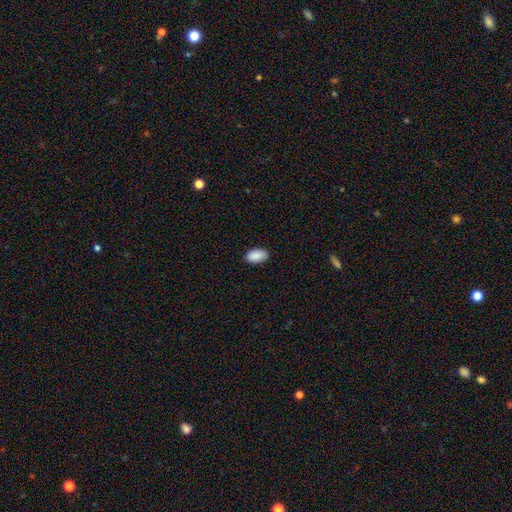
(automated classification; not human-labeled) Q: Smooth or featured?
A: smooth (90%); runner-up: star or artifact (7%)
Q: How rounded?
A: in between (94%); runner-up: round (4%)
Q: Merging?
A: none (86%); runner-up: minor disturbance (11%)